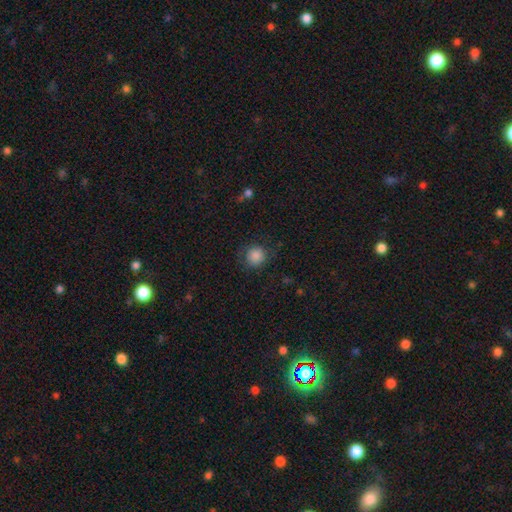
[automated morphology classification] This is clearly a smooth galaxy (85%). How rounded: clearly round (91%). Merging: likely none (78%).